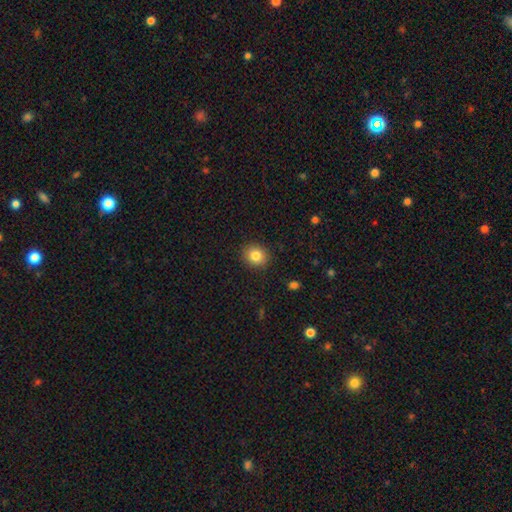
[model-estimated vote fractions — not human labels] This appears to be a smooth galaxy with no disk features (84%) that is round (77%). Merging: none (90%).